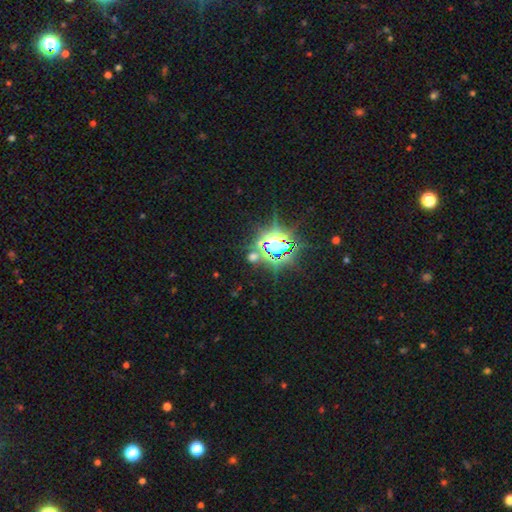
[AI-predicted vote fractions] The model was most divided on "smooth or featured": star or artifact: 80%, smooth: 11%, featured or disk: 9%.